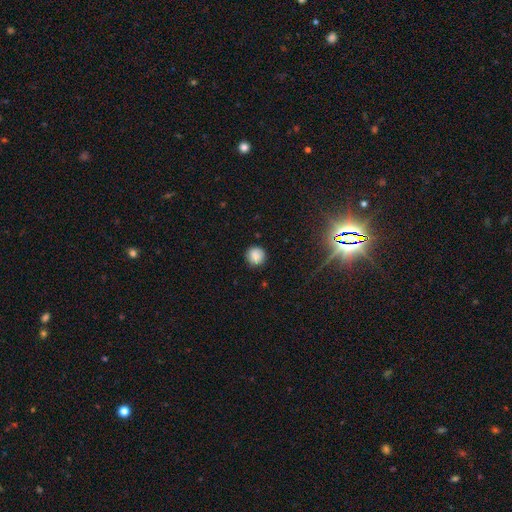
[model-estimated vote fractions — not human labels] A smooth galaxy with no disk features (83%) that is round (93%).

Vote fractions:
- Smooth or featured? smooth: 83% / star or artifact: 10% / featured or disk: 7%
- How rounded? round: 93% / in between: 6% / cigar-shaped: 1%
- Merging? none: 86% / minor disturbance: 10% / major disturbance: 2% / merger: 1%